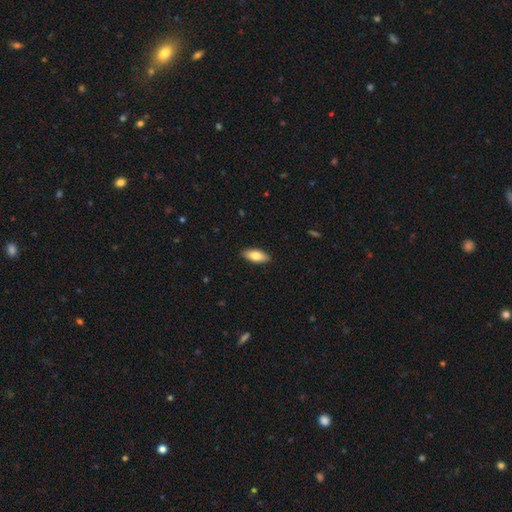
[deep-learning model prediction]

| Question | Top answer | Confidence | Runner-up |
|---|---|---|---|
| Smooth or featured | smooth | 79% | featured or disk (15%) |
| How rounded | in between | 81% | cigar-shaped (16%) |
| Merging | none | 90% | minor disturbance (8%) |